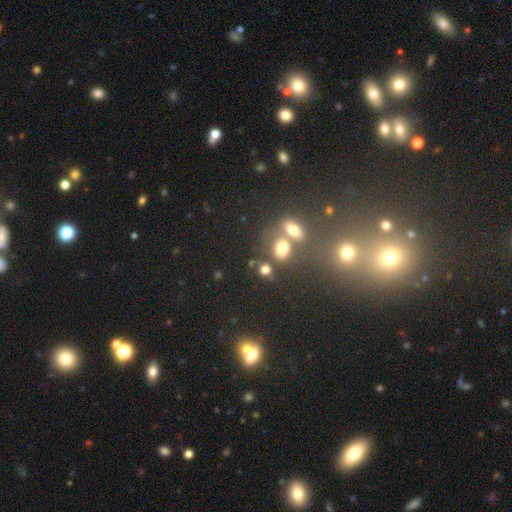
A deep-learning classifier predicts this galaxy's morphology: Smooth or featured? star or artifact (57%)